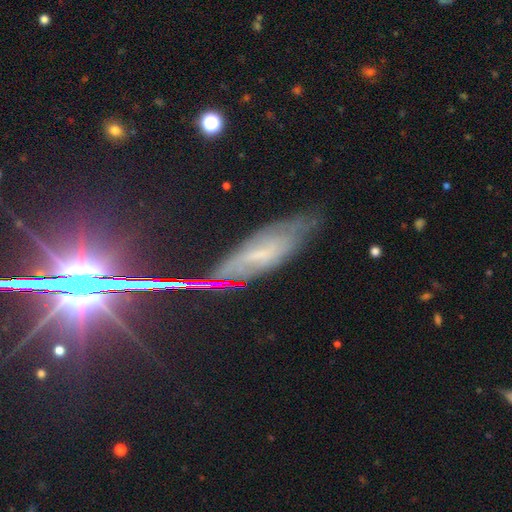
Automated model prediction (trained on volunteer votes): Overall: featured or disk (53%; smooth 26%). Edge-on disk: no (68%; yes 32%). Merging: none (72%).